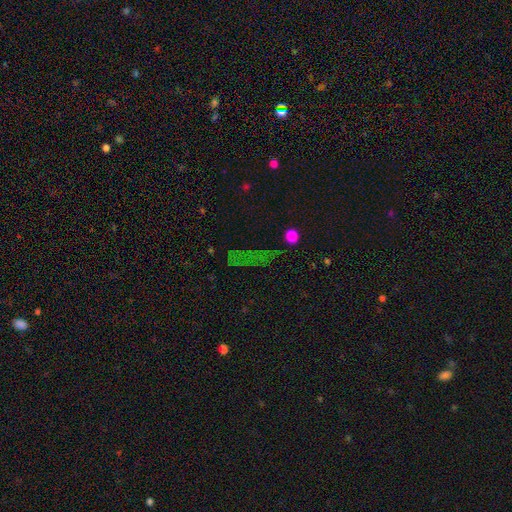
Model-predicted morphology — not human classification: Q: Smooth or featured?
A: star or artifact (55%); runner-up: smooth (27%)